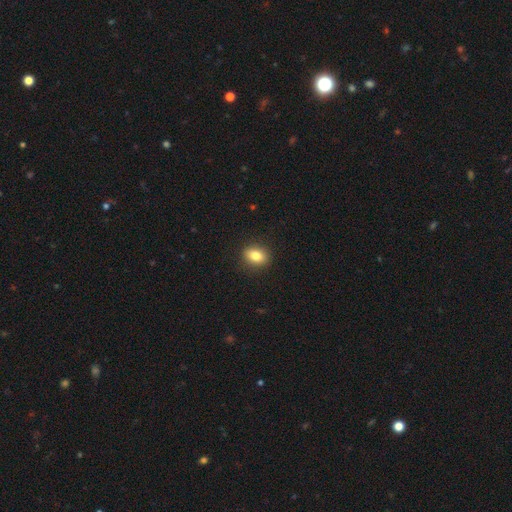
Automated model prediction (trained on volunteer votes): smooth_or_featured: smooth (p=0.82) [alt: star or artifact p=0.10]
how_rounded: in between (p=0.62) [alt: round p=0.36]
merging: none (p=0.90) [alt: minor disturbance p=0.07]